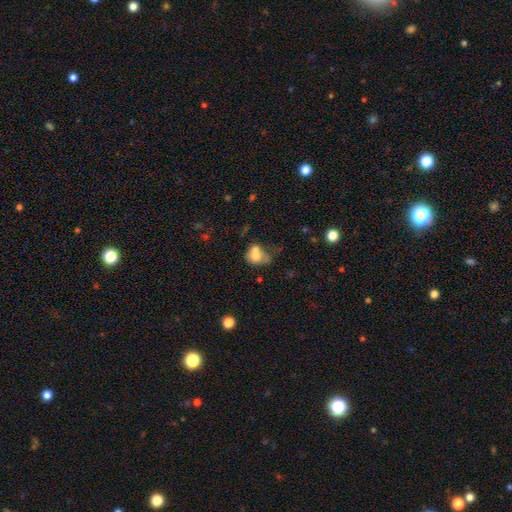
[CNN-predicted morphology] Smooth or featured? Predicted: smooth (p=0.69). How rounded? Predicted: in between (p=0.56). Merging? Predicted: merger (p=0.49).